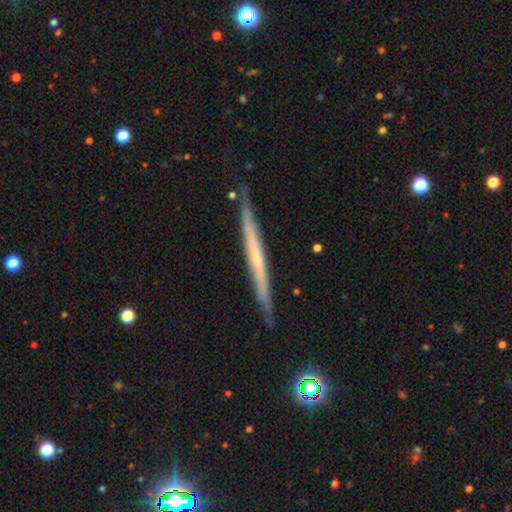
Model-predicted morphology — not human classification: Smooth or featured?
  - featured or disk: 63% *
  - smooth: 31%
  - star or artifact: 6%
Edge-on disk?
  - yes: 96% *
  - no: 4%
Edge-on bulge?
  - none: 74% *
  - rounded: 20%
  - boxy: 5%
Merging?
  - none: 84% *
  - minor disturbance: 12%
  - major disturbance: 2%
  - merger: 2%